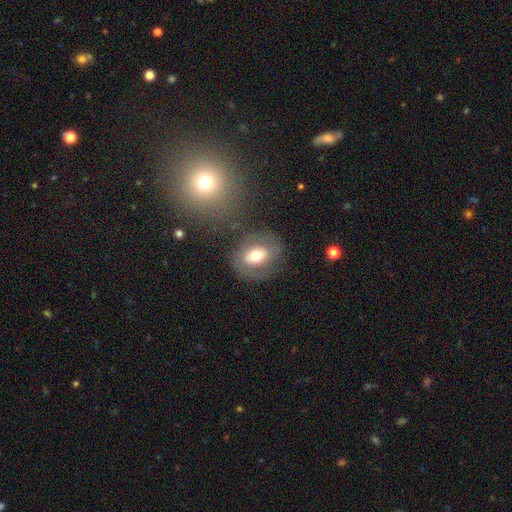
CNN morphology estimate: smooth 54%, featured or disk 37%, star or artifact 9%. Down the decision tree: how rounded — in between (54%); merging — none (75%).